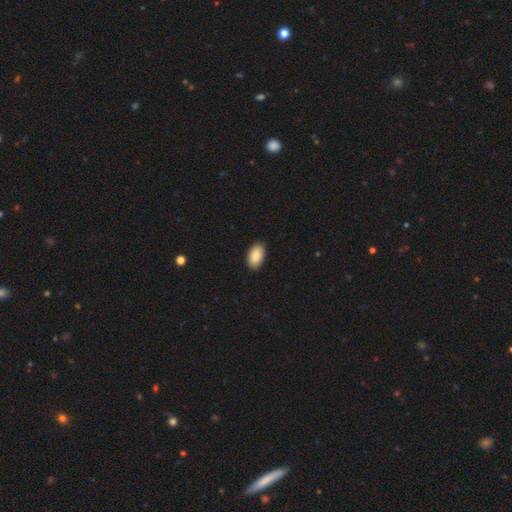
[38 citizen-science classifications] Smooth or featured? 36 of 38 (95%) said smooth. How rounded? 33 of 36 (92%) said in between. Merging? 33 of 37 (89%) said none.